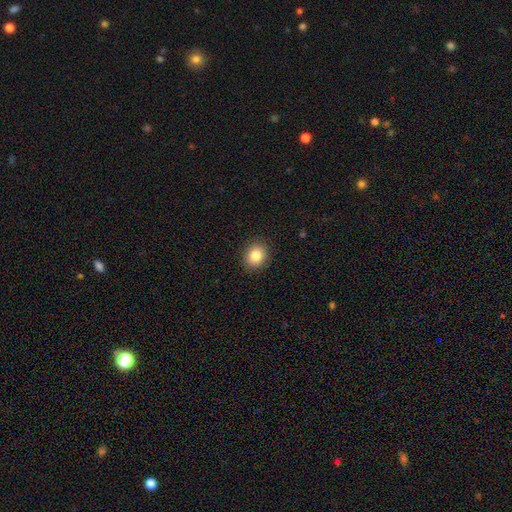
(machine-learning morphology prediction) A smooth galaxy with no disk features (84%) that is round (70%).

Vote fractions:
- Smooth or featured? smooth: 84% / star or artifact: 10% / featured or disk: 7%
- How rounded? round: 70% / in between: 29% / cigar-shaped: 1%
- Merging? none: 90% / minor disturbance: 7% / major disturbance: 2% / merger: 1%